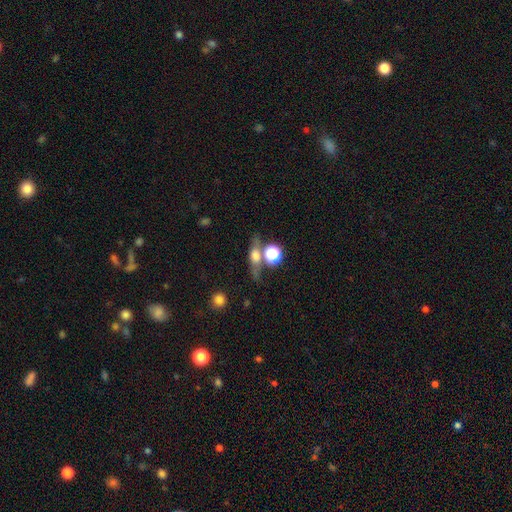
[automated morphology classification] smooth_or_featured: smooth (p=0.46) [alt: featured or disk p=0.38]
merging: none (p=0.57) [alt: merger p=0.19]